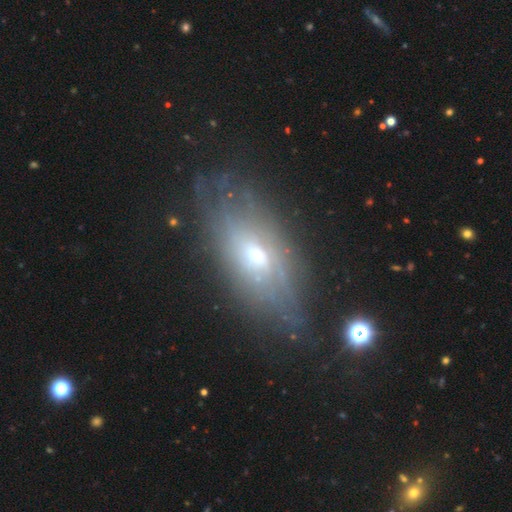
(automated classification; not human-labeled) smooth-or-featured: featured or disk: 62% | smooth: 27% | star or artifact: 11%
  disk-edge-on: no: 73% | yes: 27%
  merging: none: 67% | minor disturbance: 20% | major disturbance: 11% | merger: 2%